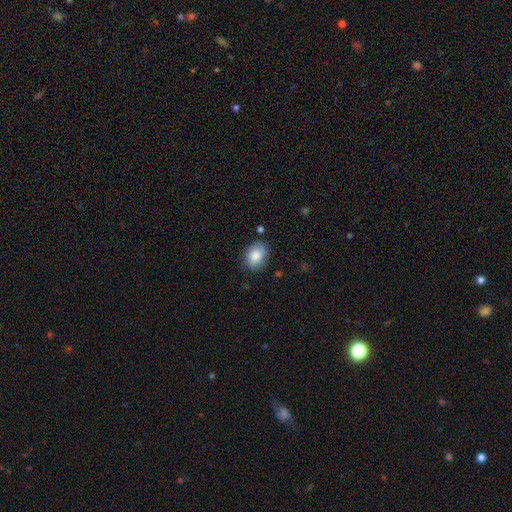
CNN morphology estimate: smooth-or-featured: smooth: 85% | featured or disk: 8% | star or artifact: 7%
  how-rounded: in between: 66% | round: 33% | cigar-shaped: 1%
  merging: none: 78% | minor disturbance: 17% | major disturbance: 4% | merger: 2%